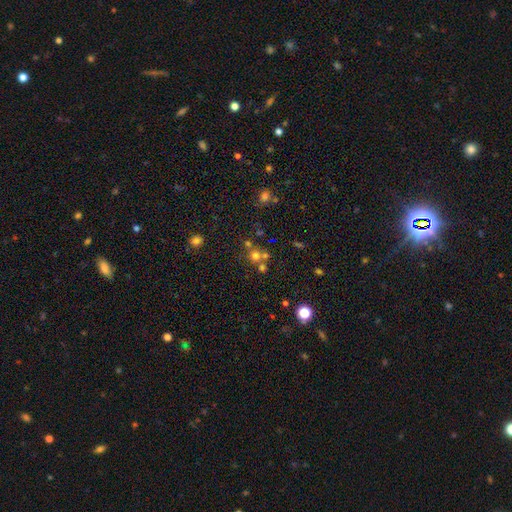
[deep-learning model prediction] This is likely a smooth galaxy (60%). How rounded: clearly round (87%). Merging: possibly none (51%).